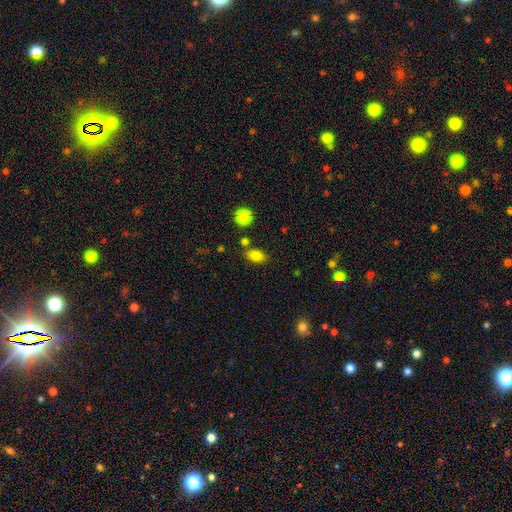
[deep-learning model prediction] smooth-or-featured: smooth: 83% | star or artifact: 10% | featured or disk: 7%
  how-rounded: in between: 84% | round: 12% | cigar-shaped: 3%
  merging: none: 76% | minor disturbance: 14% | merger: 7% | major disturbance: 3%